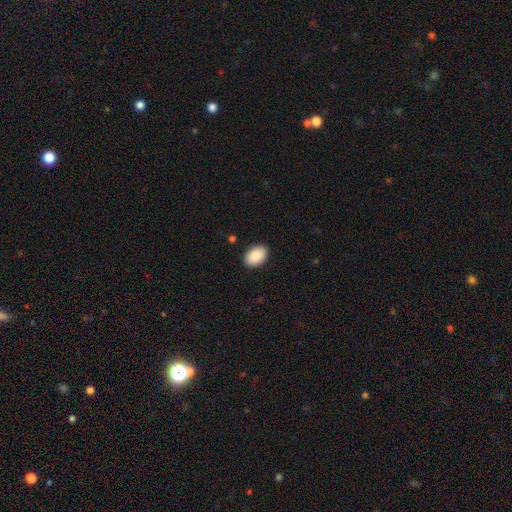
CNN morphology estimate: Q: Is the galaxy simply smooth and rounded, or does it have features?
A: smooth — 89%.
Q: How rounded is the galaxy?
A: in between — 87%.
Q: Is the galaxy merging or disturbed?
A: none — 90%.